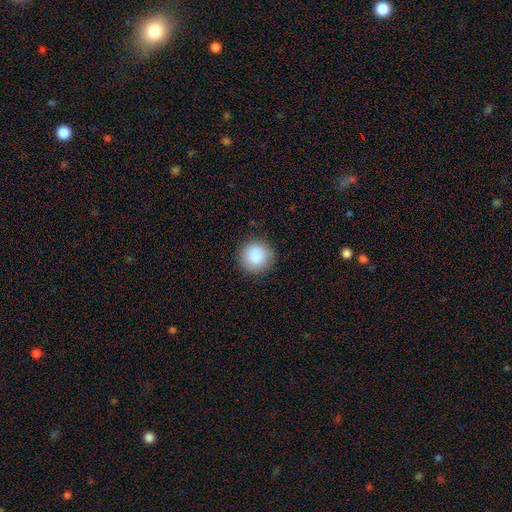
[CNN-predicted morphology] Smooth or featured?
  - smooth: 88% *
  - star or artifact: 8%
  - featured or disk: 4%
How rounded?
  - round: 95% *
  - in between: 5%
  - cigar-shaped: 1%
Merging?
  - none: 89% *
  - minor disturbance: 8%
  - major disturbance: 2%
  - merger: 1%